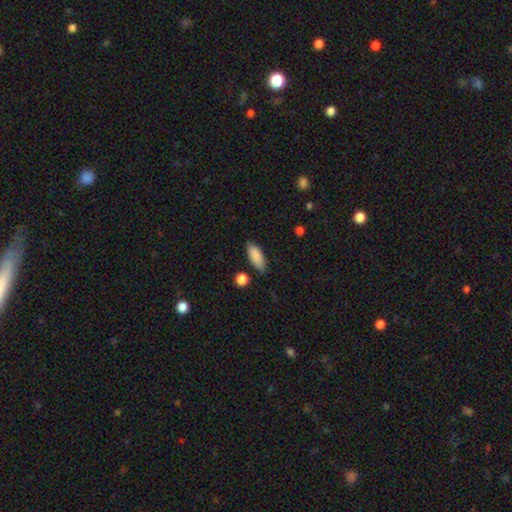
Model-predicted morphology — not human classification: type=smooth (88%); roundness=in between (79%); merging=none (79%).